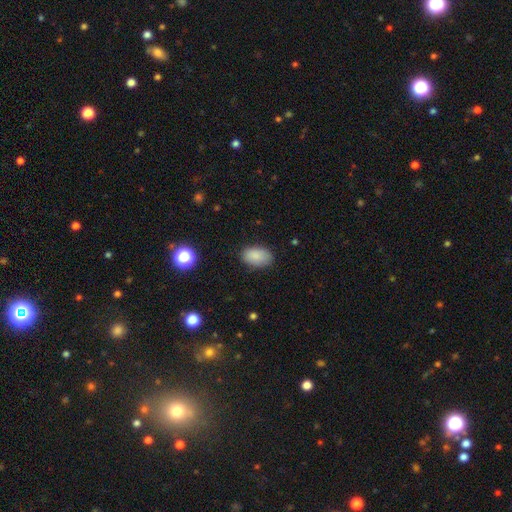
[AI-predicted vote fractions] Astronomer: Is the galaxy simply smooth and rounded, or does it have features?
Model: smooth — 87%.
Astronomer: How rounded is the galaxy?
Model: in between — 91%.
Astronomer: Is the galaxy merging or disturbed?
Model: none — 82%.